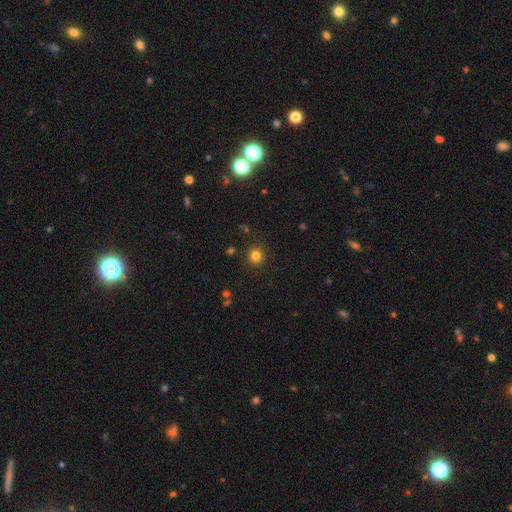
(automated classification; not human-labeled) Smooth or featured? smooth (81%)
How rounded? round (91%)
Merging? none (90%)